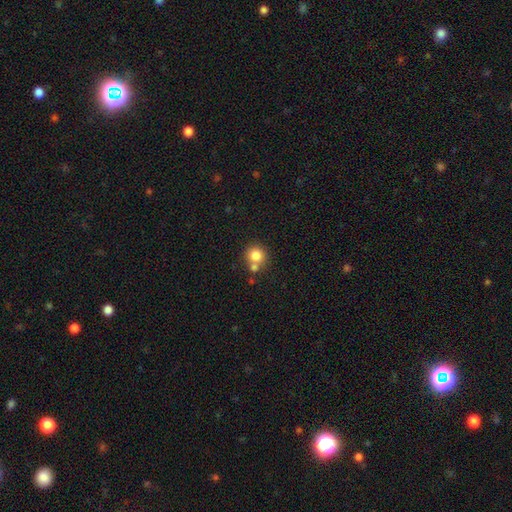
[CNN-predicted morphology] smooth-or-featured: smooth: 80% | star or artifact: 11% | featured or disk: 9%
  how-rounded: round: 90% | in between: 9% | cigar-shaped: 1%
  merging: none: 58% | merger: 31% | minor disturbance: 8% | major disturbance: 3%